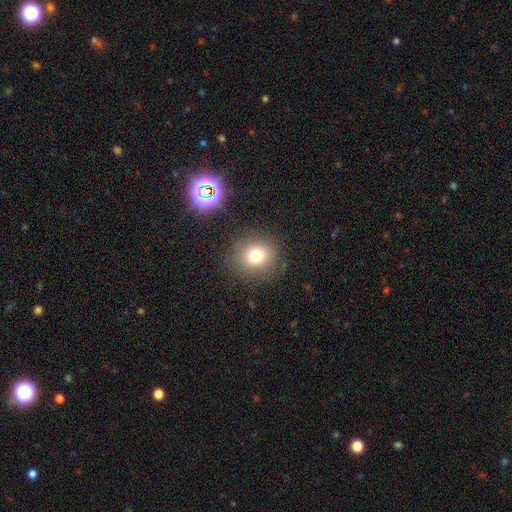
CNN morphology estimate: Smooth or featured? smooth (75%)
How rounded? round (81%)
Merging? none (84%)